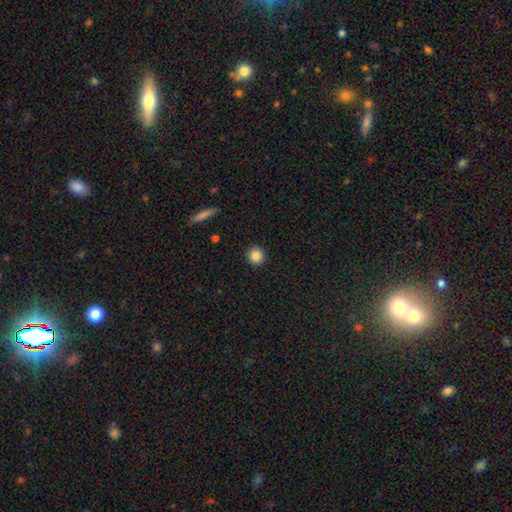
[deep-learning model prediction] smooth-or-featured: smooth: 85% | star or artifact: 10% | featured or disk: 5%
  how-rounded: round: 91% | in between: 8% | cigar-shaped: 1%
  merging: none: 92% | minor disturbance: 5% | major disturbance: 2% | merger: 1%